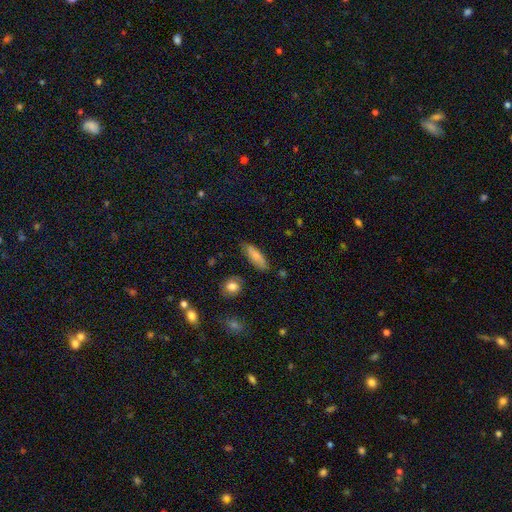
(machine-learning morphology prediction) Smooth or featured?
  - smooth: 81% *
  - featured or disk: 12%
  - star or artifact: 7%
How rounded?
  - in between: 52% *
  - cigar-shaped: 46%
  - round: 2%
Merging?
  - none: 75% *
  - minor disturbance: 19%
  - major disturbance: 4%
  - merger: 2%